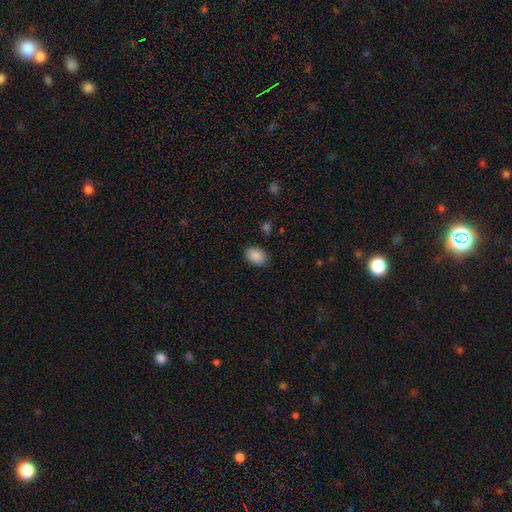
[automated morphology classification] A smooth galaxy with no disk features (89%) that is in between round and cigar-shaped (84%). Merging: none (87%).